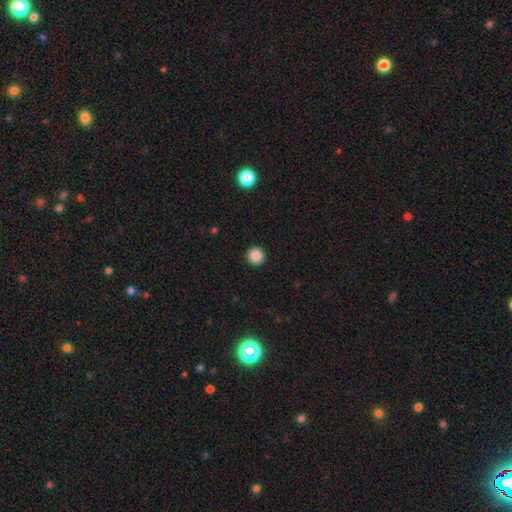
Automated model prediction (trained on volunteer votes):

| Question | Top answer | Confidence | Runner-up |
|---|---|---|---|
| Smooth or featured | smooth | 87% | star or artifact (10%) |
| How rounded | round | 96% | in between (3%) |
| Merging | none | 94% | minor disturbance (4%) |